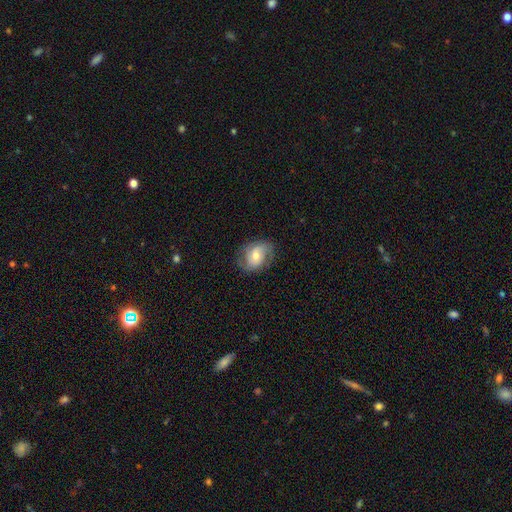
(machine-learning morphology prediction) The model was most divided on "spiral winding": medium: 43%, tight: 37%, loose: 20%. More confident: edge-on disk — no (96%); spiral arms — yes (85%); merging — none (74%); spiral arm count — 2 (70%); smooth or featured — featured or disk (61%); bulge size — moderate (60%); bar — no (51%).